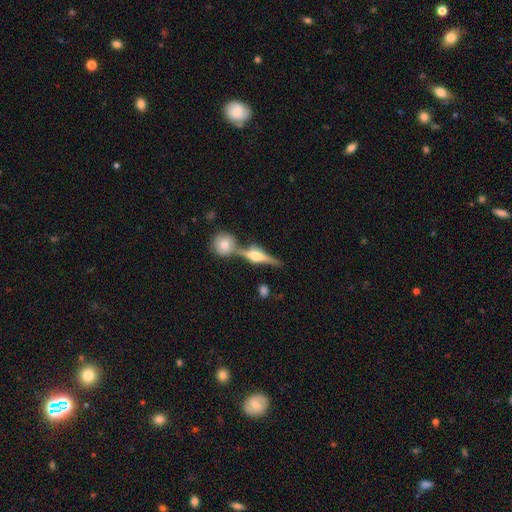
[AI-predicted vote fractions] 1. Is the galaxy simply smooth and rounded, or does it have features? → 78% featured or disk, 16% smooth, 6% star or artifact.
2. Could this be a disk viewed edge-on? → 96% yes, 4% no.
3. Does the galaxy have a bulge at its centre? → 92% rounded, 6% boxy, 2% none.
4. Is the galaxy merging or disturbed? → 65% none, 22% merger, 10% minor disturbance, 4% major disturbance.